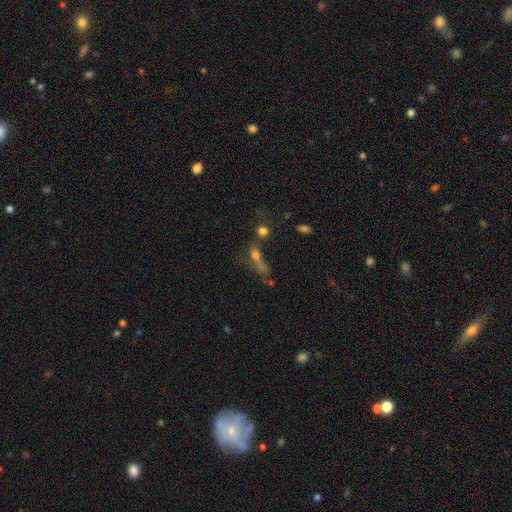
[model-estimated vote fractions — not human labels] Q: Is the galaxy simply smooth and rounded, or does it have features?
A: smooth — 48%.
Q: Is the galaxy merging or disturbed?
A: none — 33%.